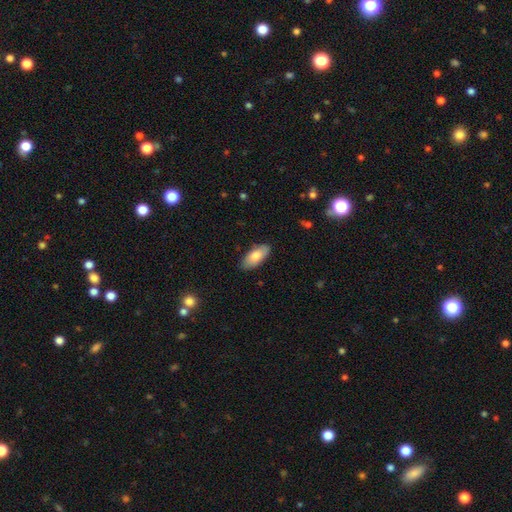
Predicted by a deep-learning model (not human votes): smooth_or_featured: smooth (p=0.80) [alt: featured or disk p=0.14]
how_rounded: in between (p=0.86) [alt: cigar-shaped p=0.12]
merging: none (p=0.86) [alt: minor disturbance p=0.11]